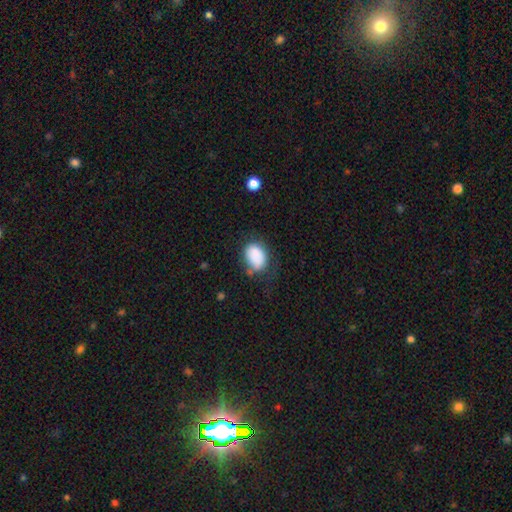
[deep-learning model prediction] smooth_or_featured: smooth (p=0.84) [alt: featured or disk p=0.08]
how_rounded: in between (p=0.76) [alt: round p=0.23]
merging: none (p=0.53) [alt: minor disturbance p=0.28]